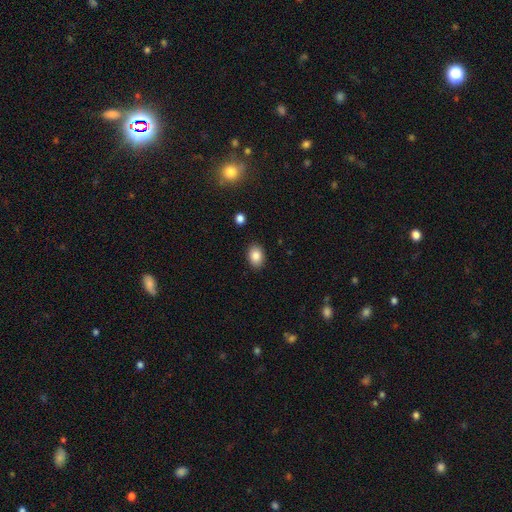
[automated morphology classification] Smooth or featured: smooth — 86% (star or artifact — 9%)
How rounded: in between — 76% (round — 23%)
Merging: none — 88% (minor disturbance — 8%)